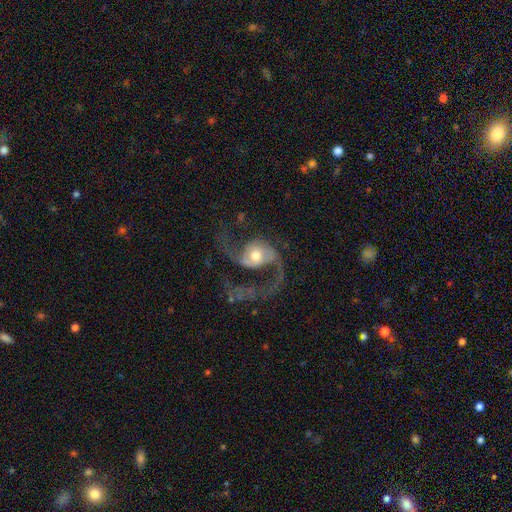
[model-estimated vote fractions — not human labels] A featured or disk galaxy (83%) with no bar (61%), 2 (86%) loose (69%) spiral arms (93%) and a moderate central bulge (64%).

Vote fractions:
- Smooth or featured? featured or disk: 83% / smooth: 12% / star or artifact: 6%
- Edge-on disk? no: 97% / yes: 3%
- Bar? no: 61% / weak: 28% / strong: 11%
- Spiral arms? yes: 93% / no: 7%
- Spiral winding? loose: 69% / medium: 26% / tight: 5%
- Spiral arm count? 2: 86% / 1: 7% / can't tell: 3% / 3: 2% / 4: 1% / more than 4: 1%
- Bulge size? moderate: 64% / small: 20% / large: 13% / dominant: 2% / none: 1%
- Merging? none: 46% / major disturbance: 35% / minor disturbance: 15% / merger: 4%